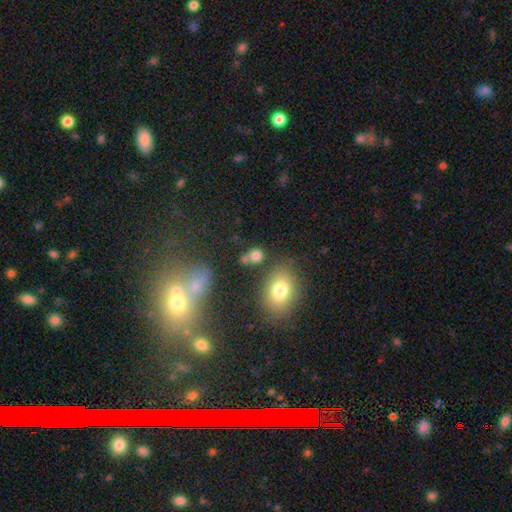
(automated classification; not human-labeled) A smooth galaxy with no disk features (77%) that is round (69%). Merging: none (59%).